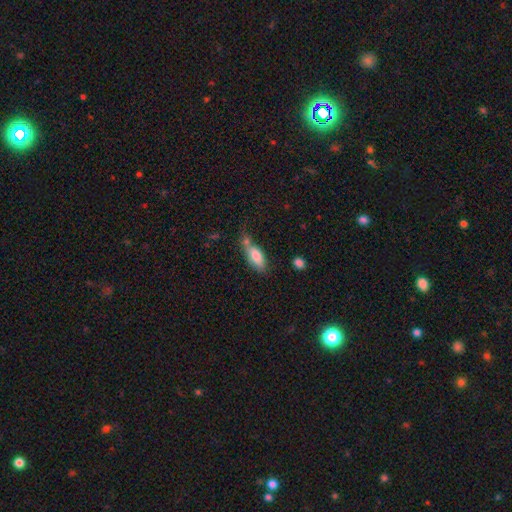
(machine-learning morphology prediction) type=smooth (80%); roundness=in between (78%); merging=none (41%).